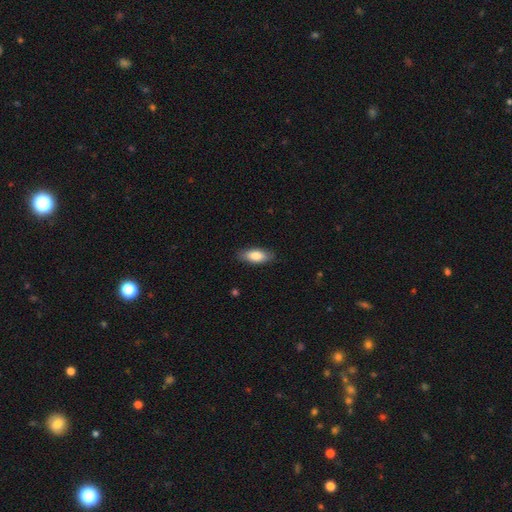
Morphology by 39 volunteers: Volunteers were most divided on "smooth or featured": smooth: 82%, featured or disk: 15%, star or artifact: 3%. More confident: merging — none (95%); how rounded — in between (88%).